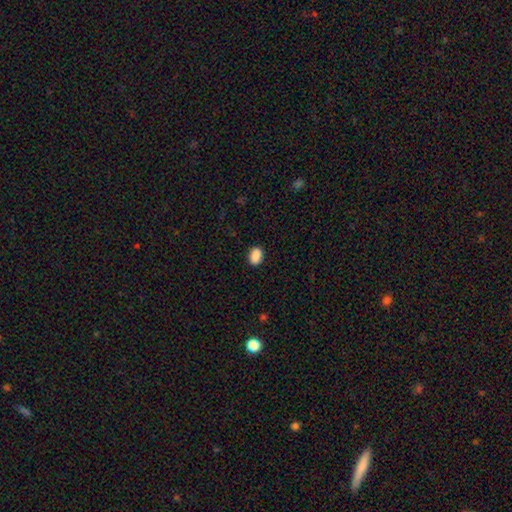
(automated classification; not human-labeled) smooth-or-featured: smooth: 90% | star or artifact: 8% | featured or disk: 3%
  how-rounded: in between: 83% | round: 16% | cigar-shaped: 1%
  merging: none: 89% | minor disturbance: 8% | major disturbance: 2% | merger: 1%